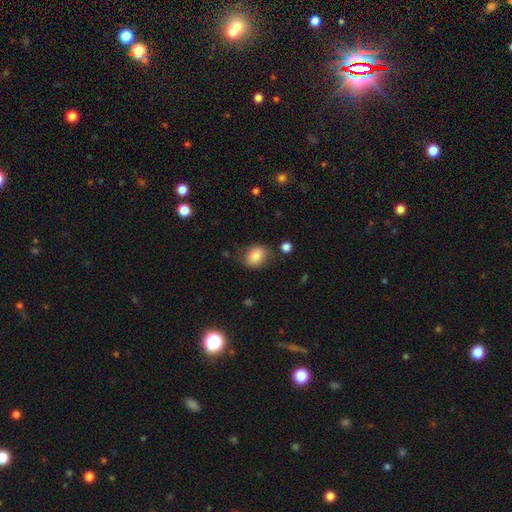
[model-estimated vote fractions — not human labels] smooth 82%, featured or disk 9%, star or artifact 9%. Down the decision tree: how rounded — in between (55%); merging — none (73%).